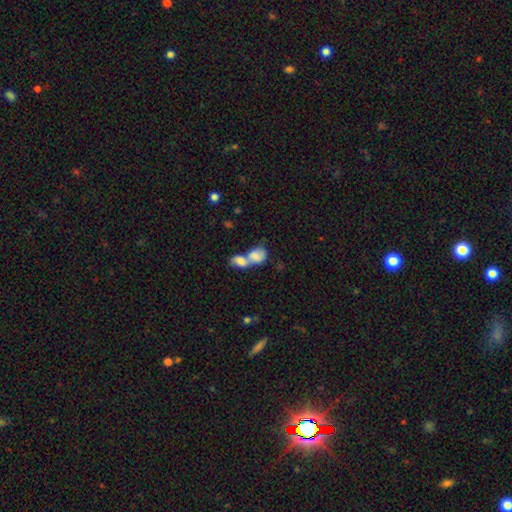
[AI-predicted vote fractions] Morphology: type=smooth (76%); roundness=in between (74%); merging=merger (80%).